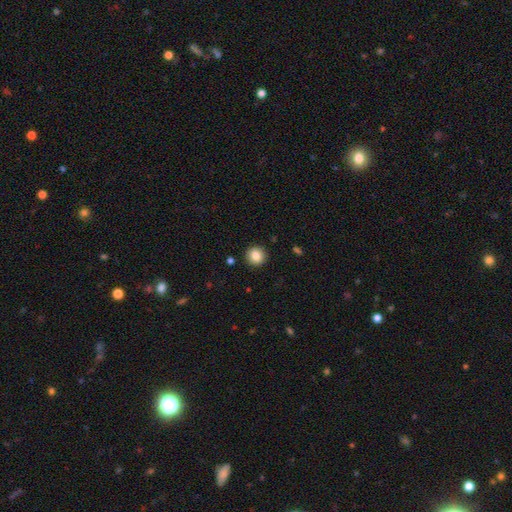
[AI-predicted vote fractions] Smooth or featured? Predicted: smooth (p=0.86). How rounded? Predicted: round (p=0.93). Merging? Predicted: none (p=0.92).